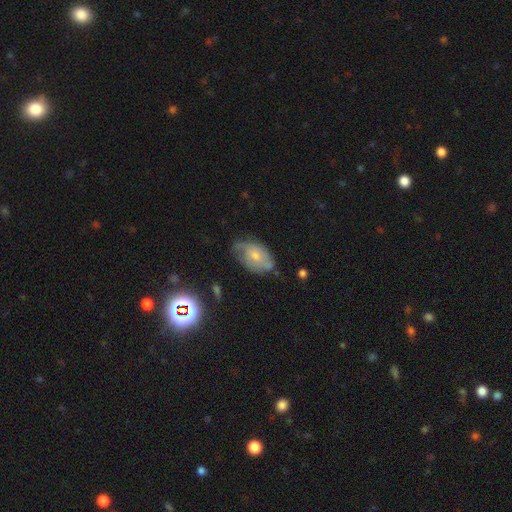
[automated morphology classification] A featured or disk galaxy (48%). Merging: none (49%).